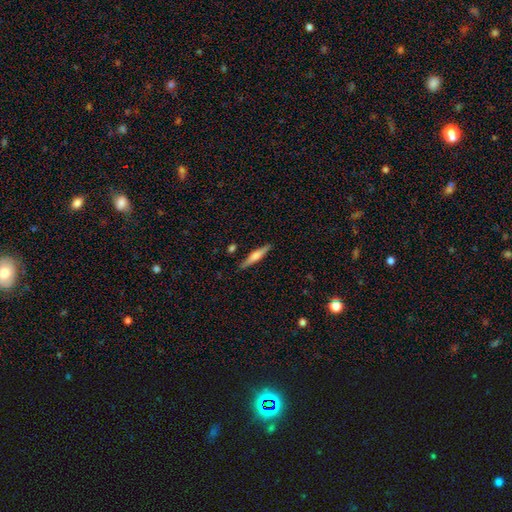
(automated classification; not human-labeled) The model was most divided on "smooth or featured": featured or disk: 49%, smooth: 44%, star or artifact: 6%. More confident: merging — none (89%).